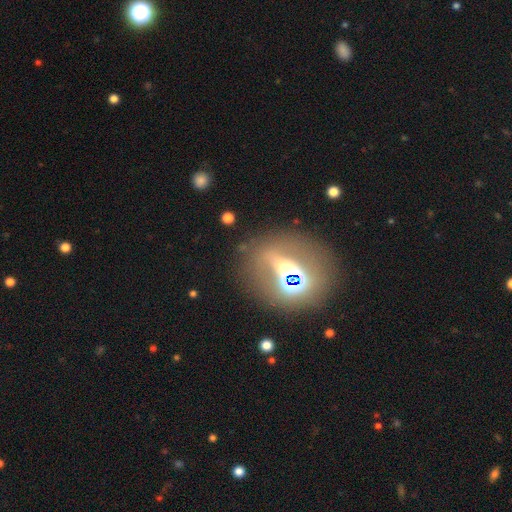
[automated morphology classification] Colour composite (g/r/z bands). It shows a featured or disk galaxy (57%). Merging: none (63%).